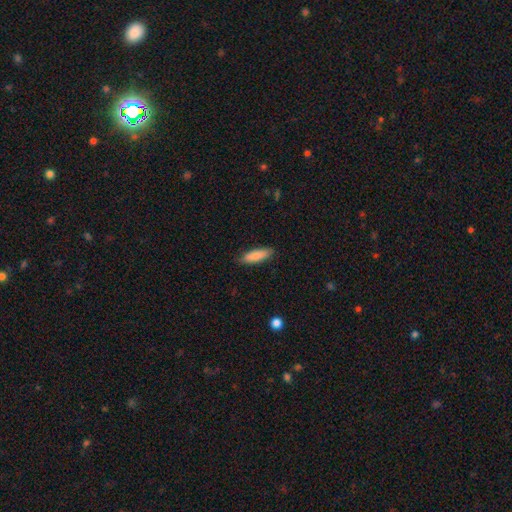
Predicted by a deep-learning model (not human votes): Smooth or featured?
  - smooth: 85% *
  - featured or disk: 9%
  - star or artifact: 6%
How rounded?
  - cigar-shaped: 53% *
  - in between: 45%
  - round: 2%
Merging?
  - none: 85% *
  - minor disturbance: 11%
  - major disturbance: 2%
  - merger: 1%